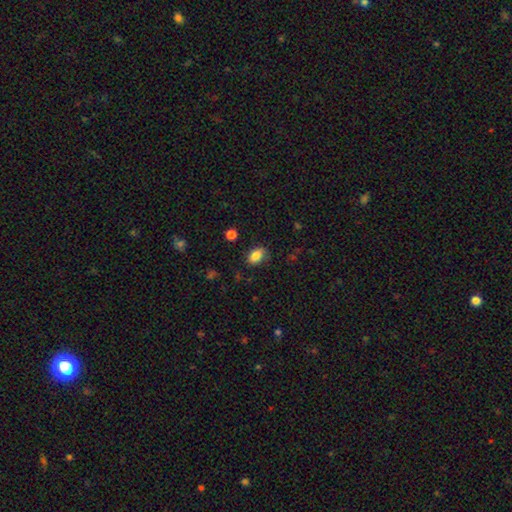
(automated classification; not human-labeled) Smooth or featured?
  - smooth: 85% *
  - star or artifact: 9%
  - featured or disk: 7%
How rounded?
  - in between: 83% *
  - round: 15%
  - cigar-shaped: 1%
Merging?
  - none: 76% *
  - minor disturbance: 18%
  - major disturbance: 4%
  - merger: 2%